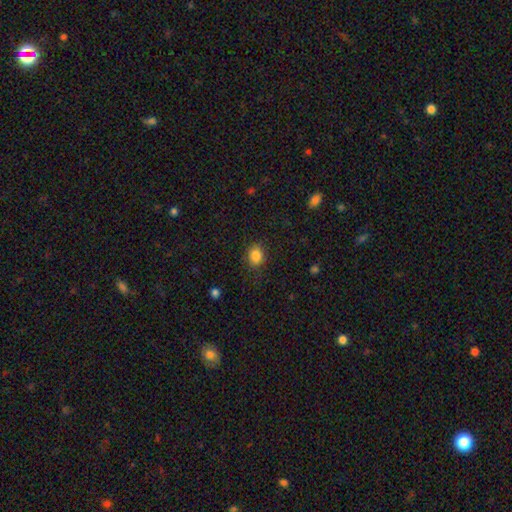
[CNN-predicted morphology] type=smooth (85%); roundness=round (58%); merging=none (83%).